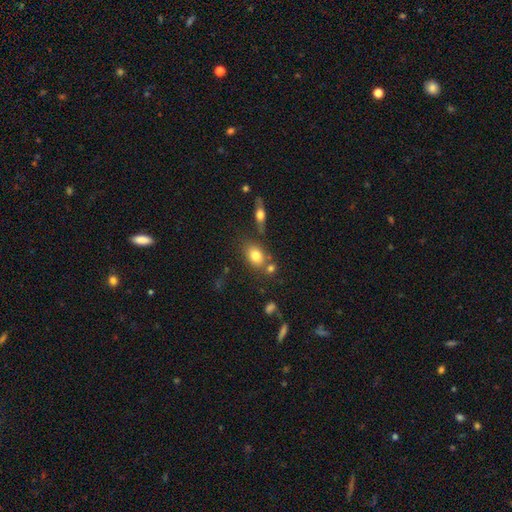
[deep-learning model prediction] The model was most divided on "merging": none: 66%, merger: 16%, minor disturbance: 14%, major disturbance: 4%. More confident: smooth or featured — smooth (78%); how rounded — in between (75%).